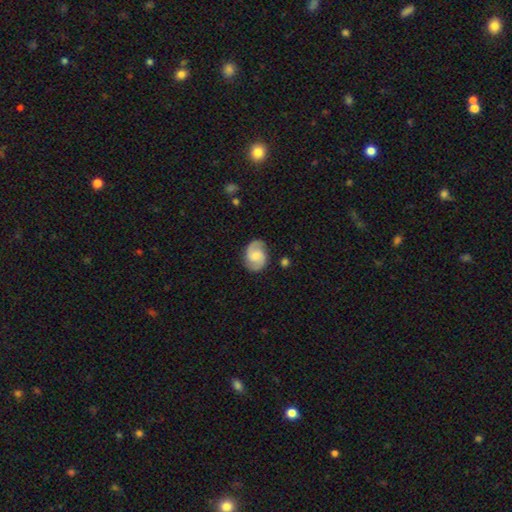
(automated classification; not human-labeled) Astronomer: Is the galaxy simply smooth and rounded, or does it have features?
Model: featured or disk — 75%.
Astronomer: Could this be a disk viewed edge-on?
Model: no — 98%.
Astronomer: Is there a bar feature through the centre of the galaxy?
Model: no — 46% (runner-up: weak, 45%).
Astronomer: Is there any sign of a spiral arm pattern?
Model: yes — 96%.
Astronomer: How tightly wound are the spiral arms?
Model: medium — 51% (runner-up: tight, 27%).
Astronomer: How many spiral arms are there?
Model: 2 — 91%.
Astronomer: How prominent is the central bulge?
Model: moderate — 37% (runner-up: small, 29%).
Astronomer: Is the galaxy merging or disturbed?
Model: none — 82%.